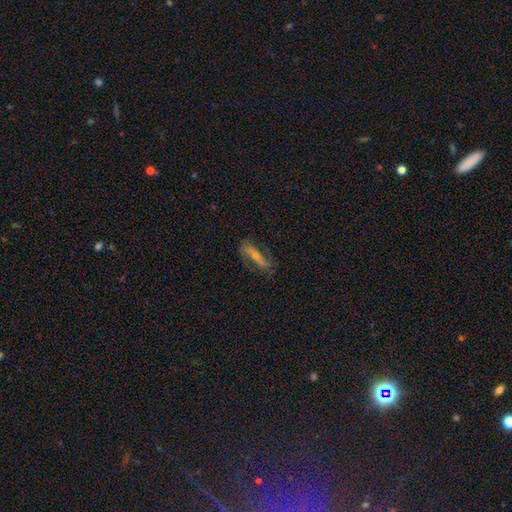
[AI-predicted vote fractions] Smooth or featured?
  - featured or disk: 65% *
  - smooth: 24%
  - star or artifact: 11%
Edge-on disk?
  - no: 70% *
  - yes: 30%
Merging?
  - none: 76% *
  - minor disturbance: 16%
  - major disturbance: 6%
  - merger: 2%